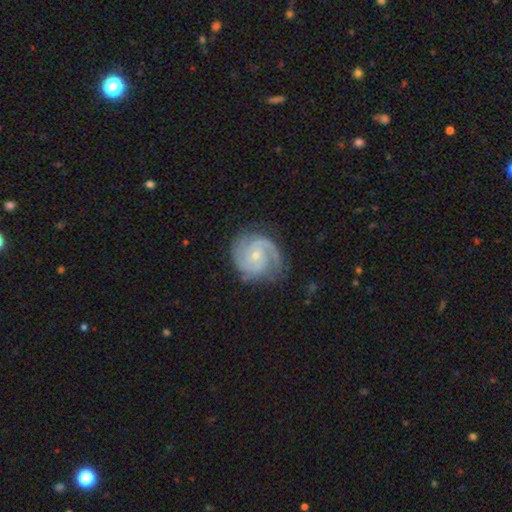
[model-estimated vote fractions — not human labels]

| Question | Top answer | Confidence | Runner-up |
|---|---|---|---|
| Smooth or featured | featured or disk | 90% | smooth (6%) |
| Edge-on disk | no | 98% | yes (2%) |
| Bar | no | 66% | weak (29%) |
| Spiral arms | yes | 98% | no (2%) |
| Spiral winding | tight | 57% | medium (37%) |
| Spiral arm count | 2 | 51% | 3 (29%) |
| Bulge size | small | 72% | moderate (24%) |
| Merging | none | 78% | minor disturbance (16%) |